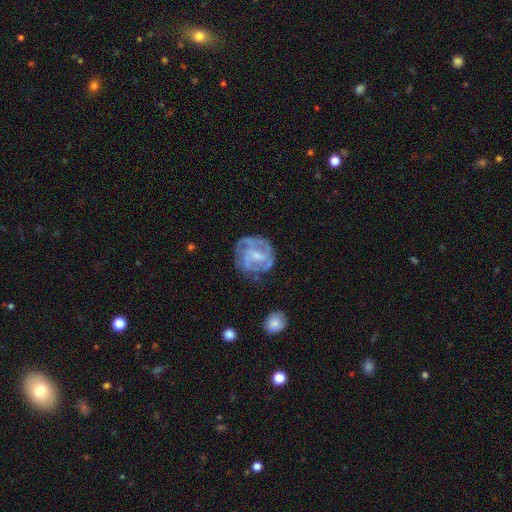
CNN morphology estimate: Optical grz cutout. It shows a featured or disk galaxy (76%) with a weak bar (48%), tight (46%) spiral arms (77%) and a small central bulge (38%). Merging: none (60%).